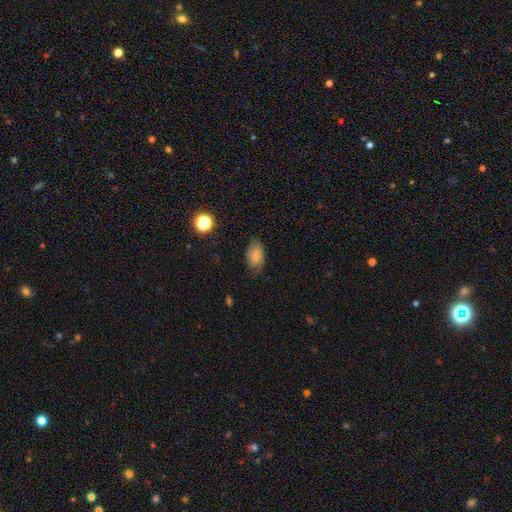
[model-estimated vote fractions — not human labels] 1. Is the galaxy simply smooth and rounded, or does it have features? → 74% smooth, 17% featured or disk, 10% star or artifact.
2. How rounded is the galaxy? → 90% in between, 8% round, 2% cigar-shaped.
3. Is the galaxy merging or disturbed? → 67% none, 25% minor disturbance, 7% major disturbance, 1% merger.